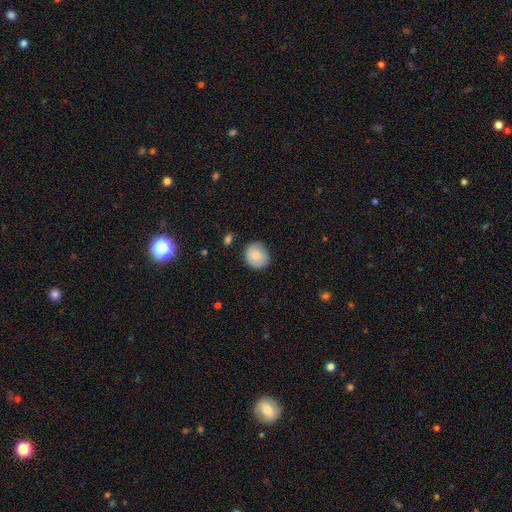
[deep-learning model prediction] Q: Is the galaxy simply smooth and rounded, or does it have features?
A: smooth — 79%.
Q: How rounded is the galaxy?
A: round — 83%.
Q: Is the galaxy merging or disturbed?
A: none — 78%.